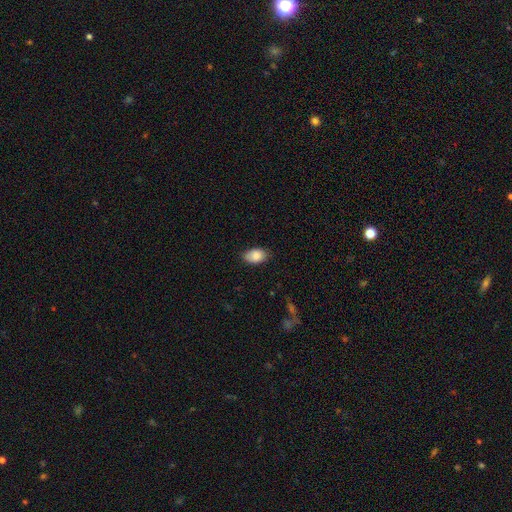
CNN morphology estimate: Smooth or featured? smooth (88%)
How rounded? in between (90%)
Merging? none (79%)